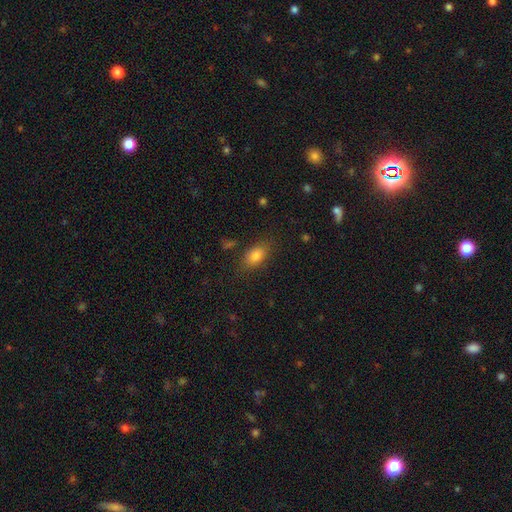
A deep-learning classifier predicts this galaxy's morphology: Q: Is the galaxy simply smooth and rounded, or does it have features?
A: smooth — 81%.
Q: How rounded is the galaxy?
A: in between — 84%.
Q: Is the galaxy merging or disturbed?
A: none — 81%.